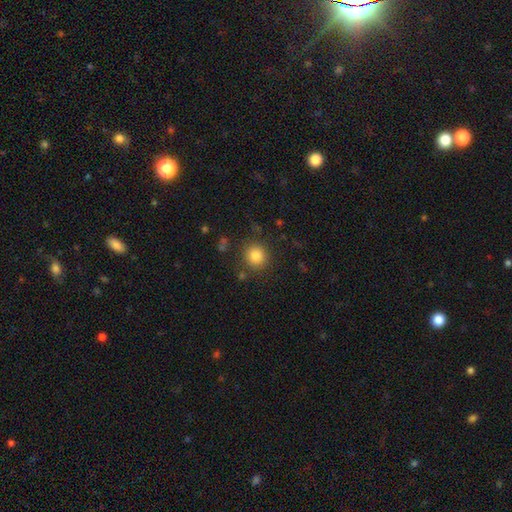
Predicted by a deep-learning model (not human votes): Morphology: type=smooth (84%); roundness=round (91%); merging=none (85%).